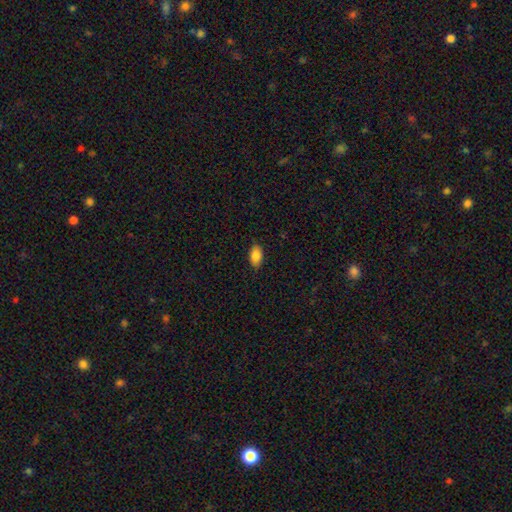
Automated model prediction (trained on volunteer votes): A smooth galaxy with no disk features (87%) that is in between round and cigar-shaped (92%). Merging: none (85%).